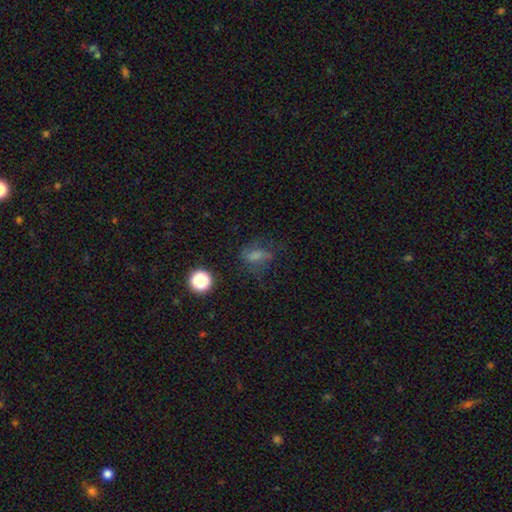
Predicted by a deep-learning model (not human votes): smooth-or-featured: smooth: 54% | featured or disk: 24% | star or artifact: 21%
  how-rounded: in between: 63% | round: 28% | cigar-shaped: 9%
  merging: none: 52% | major disturbance: 23% | minor disturbance: 22% | merger: 3%